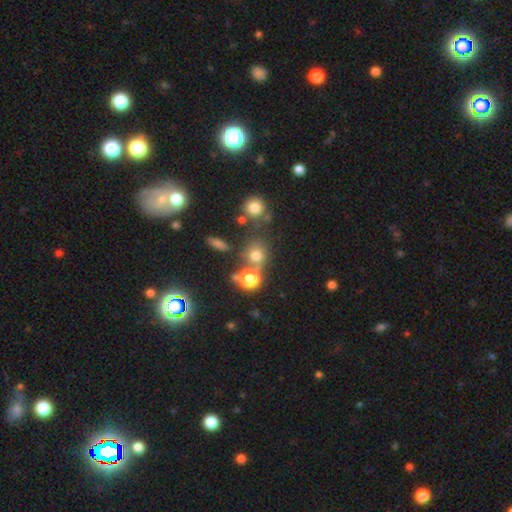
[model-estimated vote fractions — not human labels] smooth-or-featured: smooth: 67% | star or artifact: 24% | featured or disk: 9%
  how-rounded: round: 85% | in between: 14% | cigar-shaped: 1%
  merging: none: 65% | merger: 20% | minor disturbance: 10% | major disturbance: 5%